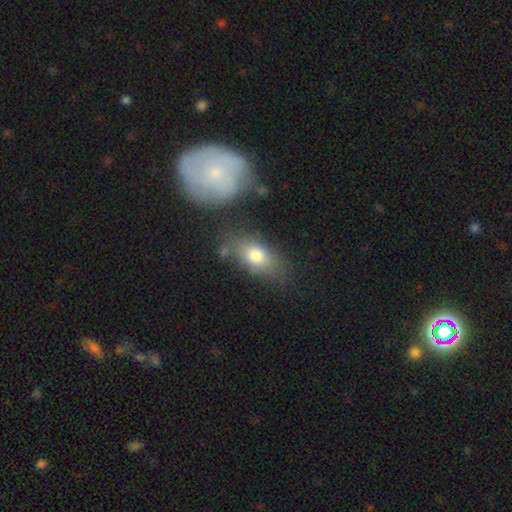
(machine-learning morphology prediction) Smooth or featured? Predicted: smooth (p=0.76). How rounded? Predicted: in between (p=0.83). Merging? Predicted: none (p=0.67).